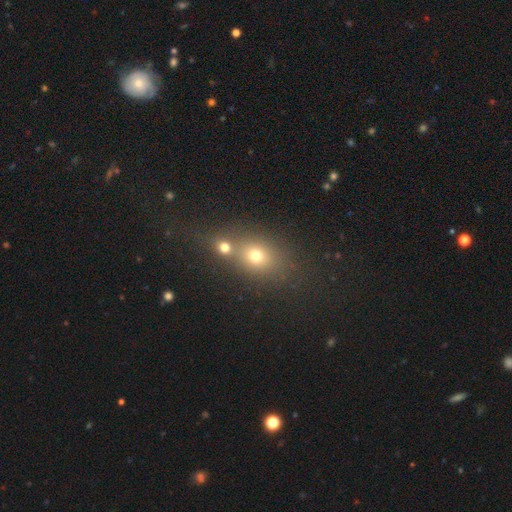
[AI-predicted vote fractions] Q: Smooth or featured?
A: smooth (70%); runner-up: star or artifact (18%)
Q: How rounded?
A: round (50%); runner-up: in between (48%)
Q: Merging?
A: none (45%); runner-up: merger (42%)